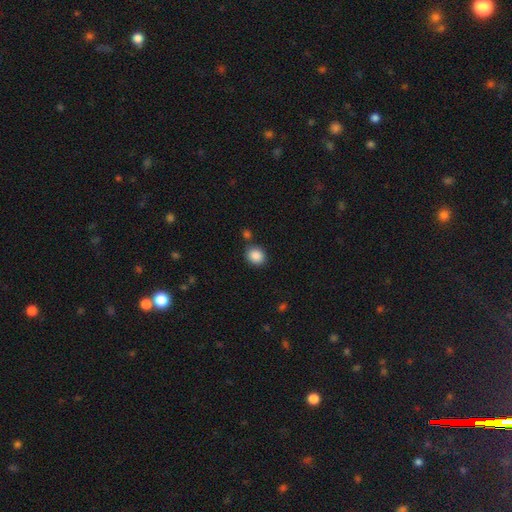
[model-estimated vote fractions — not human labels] This is clearly a smooth galaxy (88%). How rounded: likely round (70%). Merging: likely none (78%).